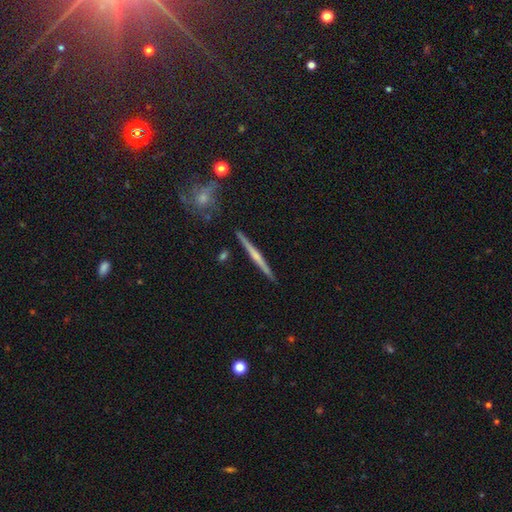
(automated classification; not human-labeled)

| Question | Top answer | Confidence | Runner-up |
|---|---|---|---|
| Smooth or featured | featured or disk | 65% | smooth (29%) |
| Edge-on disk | yes | 98% | no (2%) |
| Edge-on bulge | rounded | 46% | tied: none (46%) |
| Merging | none | 90% | minor disturbance (6%) |